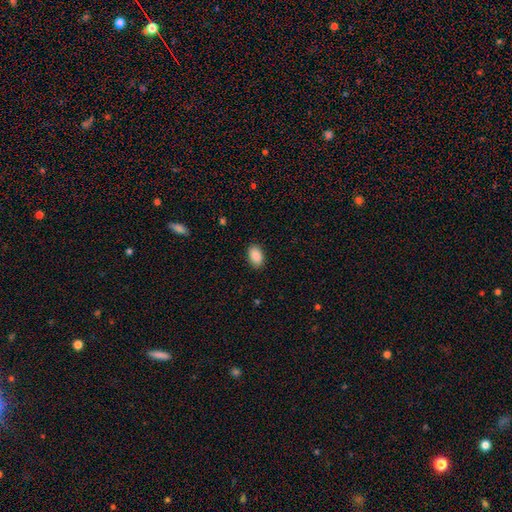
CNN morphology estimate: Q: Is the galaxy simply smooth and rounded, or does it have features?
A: smooth — 90%.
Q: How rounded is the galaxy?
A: in between — 91%.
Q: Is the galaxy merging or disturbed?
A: none — 88%.